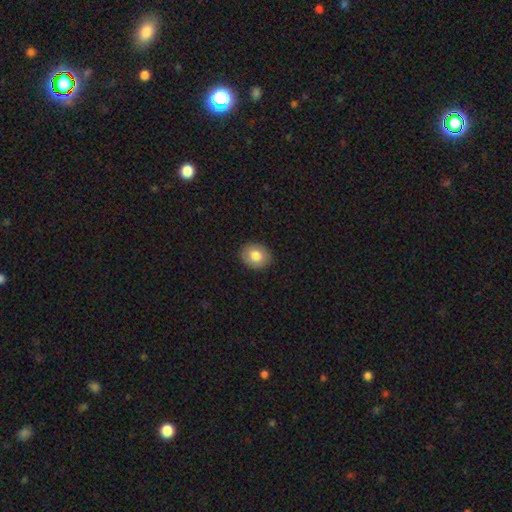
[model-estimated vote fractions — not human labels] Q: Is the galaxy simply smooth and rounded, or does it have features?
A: smooth — 81%.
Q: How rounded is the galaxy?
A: round — 59%.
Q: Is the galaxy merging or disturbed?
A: none — 90%.